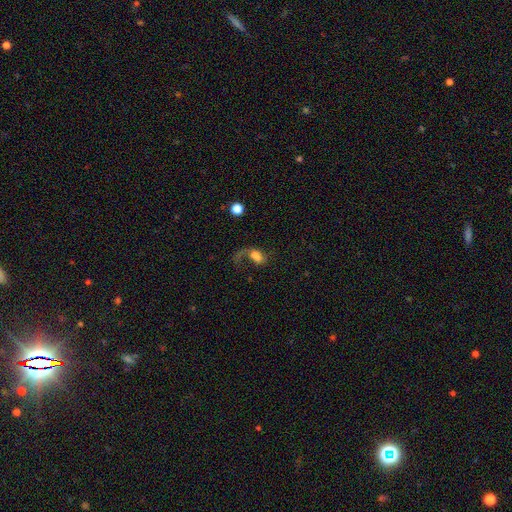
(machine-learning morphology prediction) A featured or disk galaxy (45%).

Vote fractions:
- Smooth or featured? featured or disk: 45% / smooth: 43% / star or artifact: 13%
- Merging? major disturbance: 51% / none: 25% / minor disturbance: 13% / merger: 11%